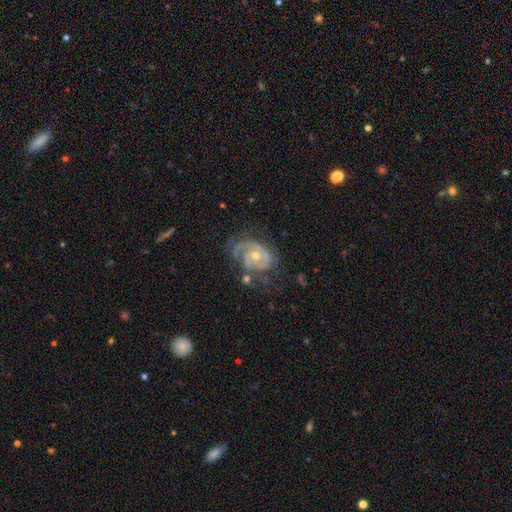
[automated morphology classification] Smooth or featured? Predicted: featured or disk (p=0.88). Edge-on disk? Predicted: no (p=0.97). Bar? Predicted: no (p=0.71). Spiral arms? Predicted: yes (p=0.94). Spiral winding? Predicted: tight (p=0.65). Spiral arm count? Predicted: 2 (p=0.53). Bulge size? Predicted: moderate (p=0.58). Merging? Predicted: none (p=0.57).